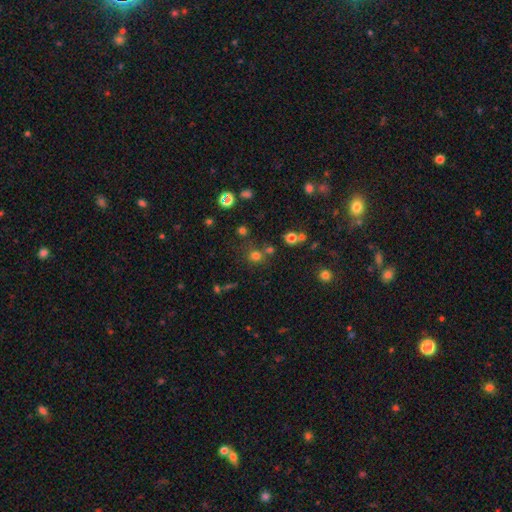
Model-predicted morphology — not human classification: Smooth or featured? smooth (68%)
How rounded? round (89%)
Merging? none (72%)